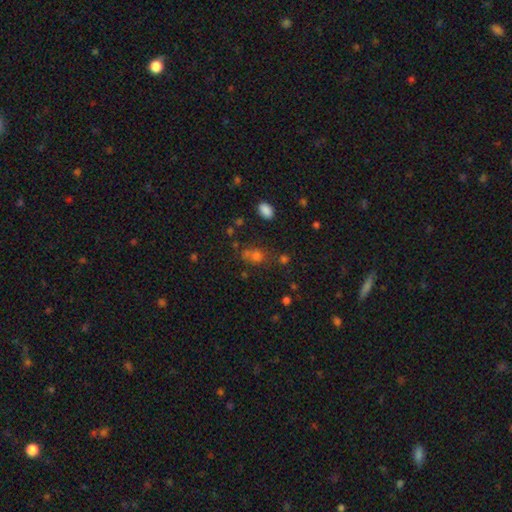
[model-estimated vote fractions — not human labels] smooth 58%, star or artifact 32%, featured or disk 10%. Down the decision tree: how rounded — round (53%); merging — none (60%).